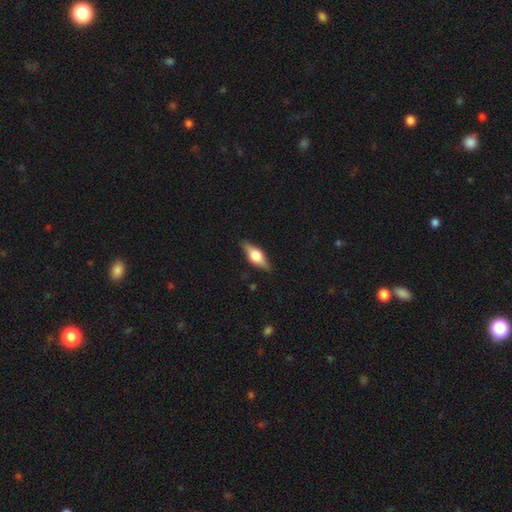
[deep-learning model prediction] A featured or disk galaxy (56%) viewed edge-on (94%) with a rounded central bulge (92%). Merging: none (86%).